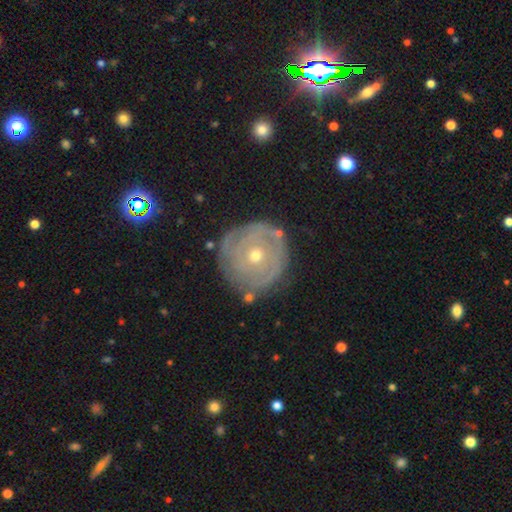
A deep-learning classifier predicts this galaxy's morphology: Q: Smooth or featured?
A: featured or disk (74%); runner-up: smooth (20%)
Q: Edge-on disk?
A: no (97%); runner-up: yes (3%)
Q: Bar?
A: no (83%); runner-up: weak (14%)
Q: Spiral arms?
A: yes (78%); runner-up: no (22%)
Q: Spiral winding?
A: tight (83%); runner-up: medium (12%)
Q: Spiral arm count?
A: can't tell (47%); runner-up: 2 (17%)
Q: Bulge size?
A: small (54%); runner-up: moderate (43%)
Q: Merging?
A: none (79%); runner-up: minor disturbance (14%)